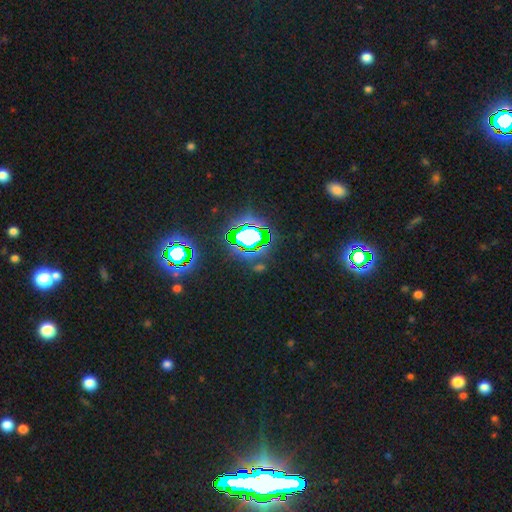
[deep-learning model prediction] The model was most divided on "smooth or featured": star or artifact: 83%, smooth: 11%, featured or disk: 6%.